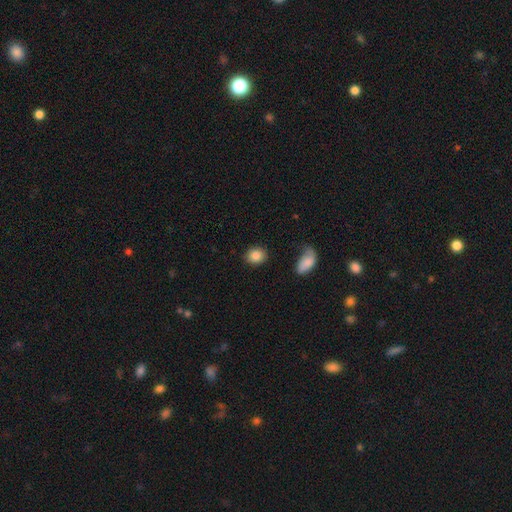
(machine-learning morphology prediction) This appears to be a smooth galaxy with no disk features (86%) that is round (65%). Merging: none (85%).